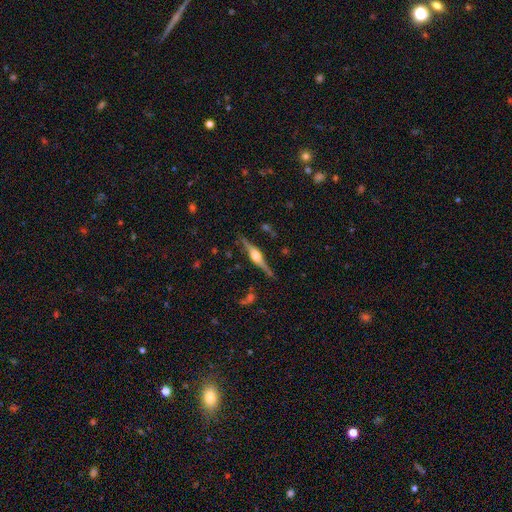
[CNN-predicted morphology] Smooth or featured? Predicted: featured or disk (p=0.83). Edge-on disk? Predicted: yes (p=0.98). Edge-on bulge? Predicted: rounded (p=0.92). Merging? Predicted: none (p=0.86).